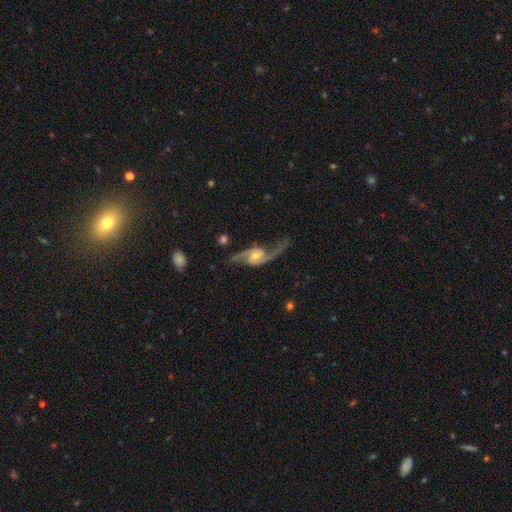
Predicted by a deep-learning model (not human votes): The model was most divided on "bulge size": moderate: 49%, small: 44%, large: 4%, none: 3%, dominant: 1%. More confident: spiral arms — yes (97%); edge-on disk — no (95%); spiral arm count — 2 (93%); smooth or featured — featured or disk (90%); spiral winding — loose (72%); merging — none (70%); bar — no (58%).